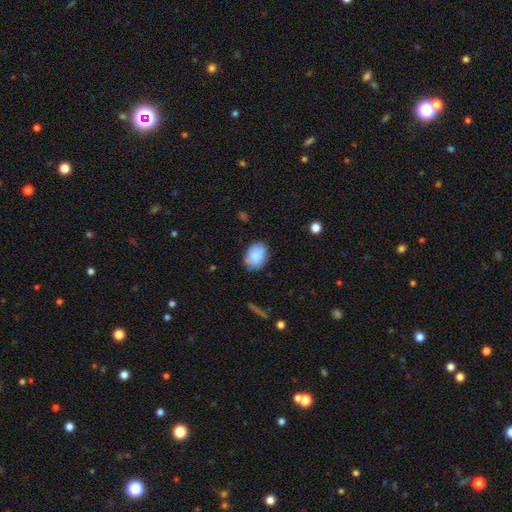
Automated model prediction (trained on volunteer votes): The model was most divided on "how rounded": in between: 71%, round: 28%, cigar-shaped: 1%. More confident: smooth or featured — smooth (85%); merging — none (77%).